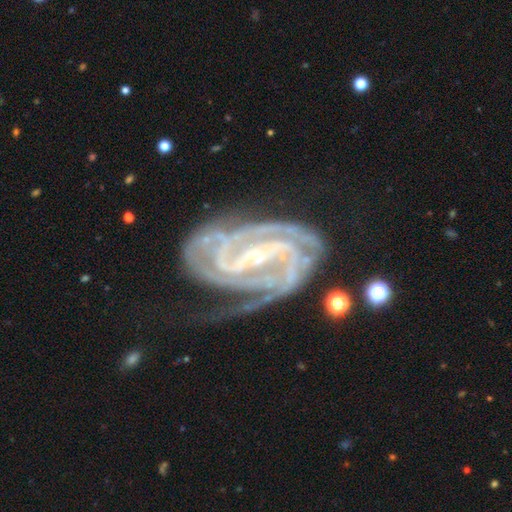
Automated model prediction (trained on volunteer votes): Smooth or featured?
  - featured or disk: 93% *
  - star or artifact: 5%
  - smooth: 3%
Edge-on disk?
  - no: 97% *
  - yes: 3%
Bar?
  - strong: 50% *
  - weak: 33%
  - no: 17%
Spiral arms?
  - yes: 99% *
  - no: 1%
Spiral winding?
  - tight: 70% *
  - medium: 27%
  - loose: 4%
Spiral arm count?
  - 3: 28% *
  - 2: 25%
  - 4: 20%
  - can't tell: 12%
  - more than 4: 8%
  - 1: 7%
Bulge size?
  - small: 78% *
  - moderate: 18%
  - none: 2%
  - large: 1%
  - dominant: 1%
Merging?
  - none: 62% *
  - minor disturbance: 23%
  - major disturbance: 12%
  - merger: 3%